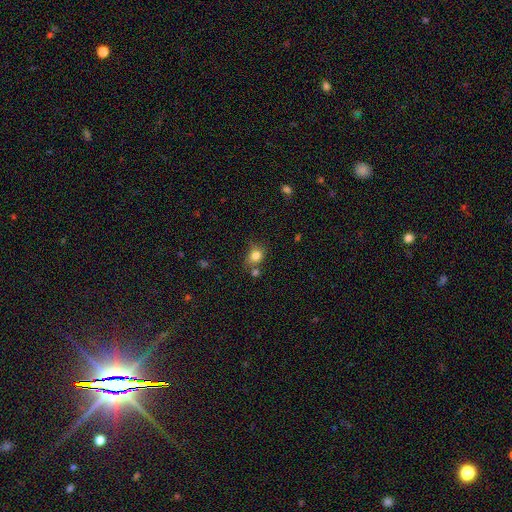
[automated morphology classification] This appears to be a smooth galaxy with no disk features (81%) that is round (55%). Merging: none (58%).